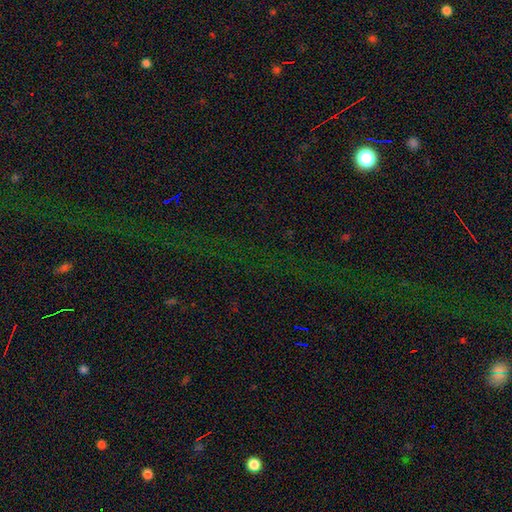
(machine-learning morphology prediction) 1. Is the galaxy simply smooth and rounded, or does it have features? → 73% star or artifact, 16% smooth, 12% featured or disk.